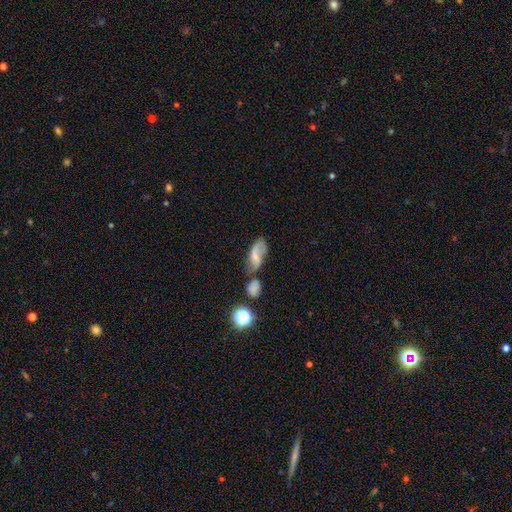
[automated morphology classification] featured or disk 52%, smooth 37%, star or artifact 11%. Down the decision tree: edge-on disk — no (93%); merging — none (42%).